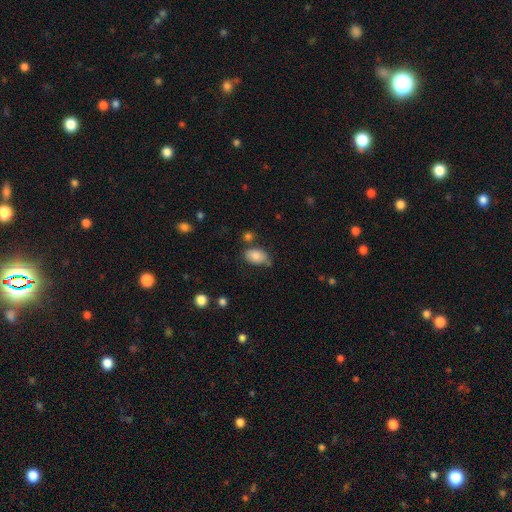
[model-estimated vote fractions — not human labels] Smooth or featured? smooth (81%)
How rounded? in between (89%)
Merging? none (64%)